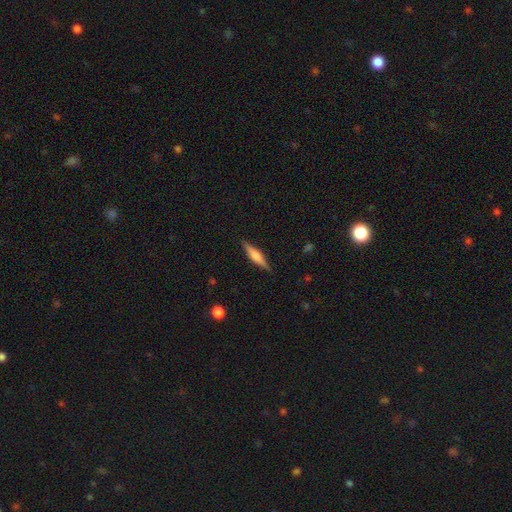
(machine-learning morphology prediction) The model was most divided on "smooth or featured": featured or disk: 48%, smooth: 46%, star or artifact: 6%. More confident: merging — none (88%).